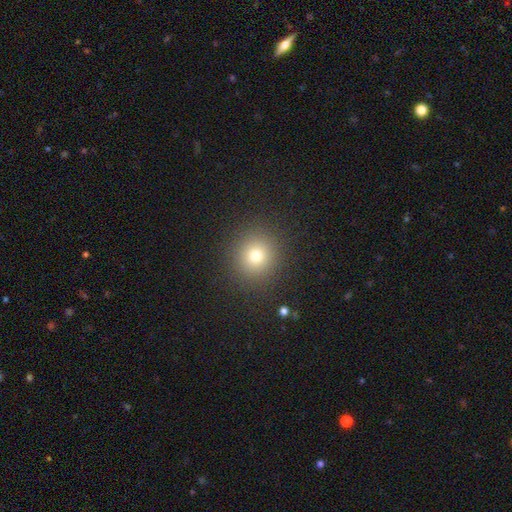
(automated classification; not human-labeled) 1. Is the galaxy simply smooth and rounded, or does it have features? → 73% smooth, 17% star or artifact, 9% featured or disk.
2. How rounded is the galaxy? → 91% round, 8% in between, 1% cigar-shaped.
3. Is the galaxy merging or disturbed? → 89% none, 6% minor disturbance, 3% major disturbance, 1% merger.